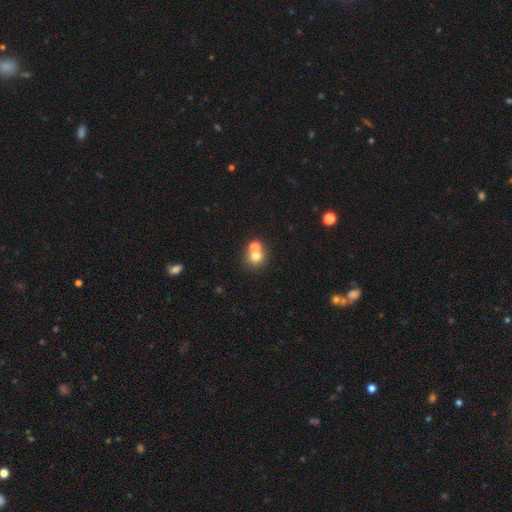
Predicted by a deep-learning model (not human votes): This appears to be a smooth galaxy with no disk features (71%) that is round (80%). Merging: merger (48%).